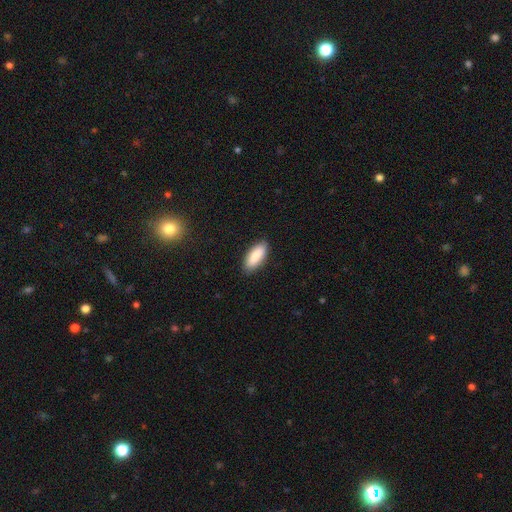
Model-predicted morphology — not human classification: A smooth galaxy with no disk features (88%) that is in between round and cigar-shaped (80%).

Vote fractions:
- Smooth or featured? smooth: 88% / featured or disk: 6% / star or artifact: 6%
- How rounded? in between: 80% / cigar-shaped: 18% / round: 2%
- Merging? none: 88% / minor disturbance: 9% / major disturbance: 2% / merger: 1%